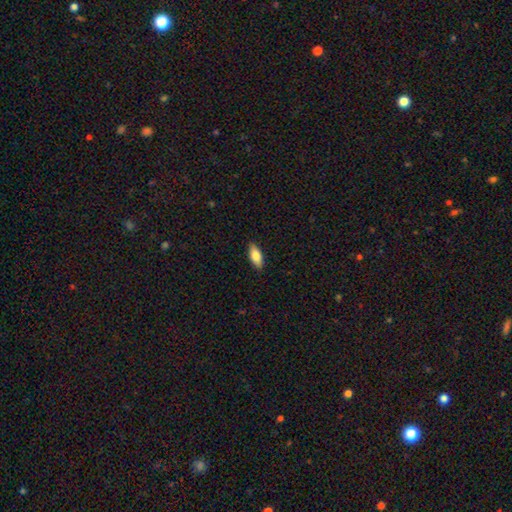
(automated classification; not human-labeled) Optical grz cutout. It shows a smooth galaxy with no disk features (81%) that is in between round and cigar-shaped (83%). Merging: none (89%).